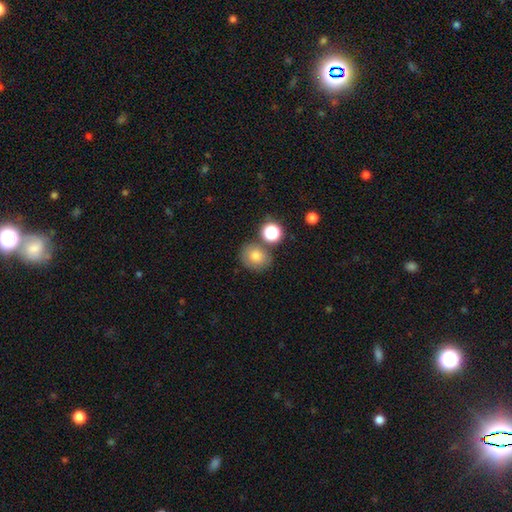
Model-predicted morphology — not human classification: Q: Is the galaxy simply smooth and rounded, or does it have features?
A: smooth — 77%.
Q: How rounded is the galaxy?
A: round — 68%.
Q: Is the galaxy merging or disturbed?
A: none — 70%.